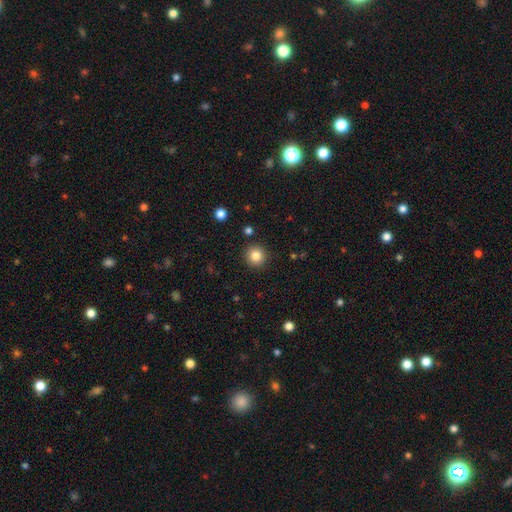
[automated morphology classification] smooth 84%, star or artifact 11%, featured or disk 5%. Down the decision tree: how rounded — round (93%); merging — none (91%).